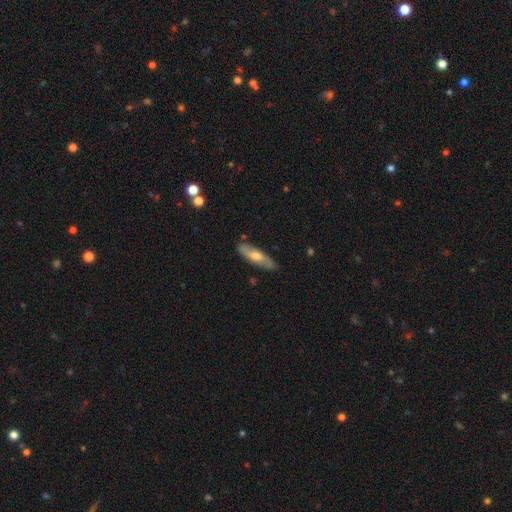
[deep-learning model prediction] Overall: smooth (48%; featured or disk 46%). Merging: none (83%).